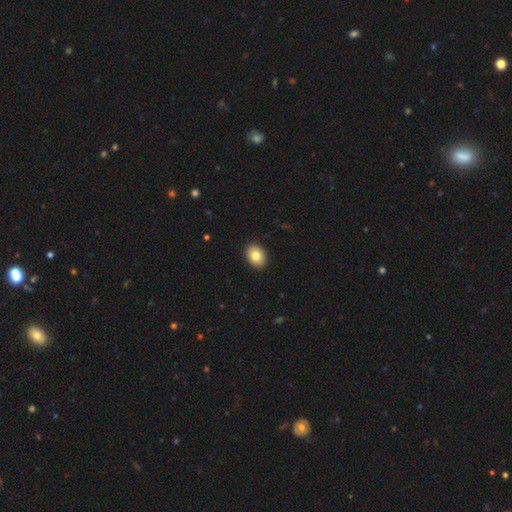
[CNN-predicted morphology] A smooth galaxy with no disk features (82%) that is in between round and cigar-shaped (70%). Merging: none (91%).